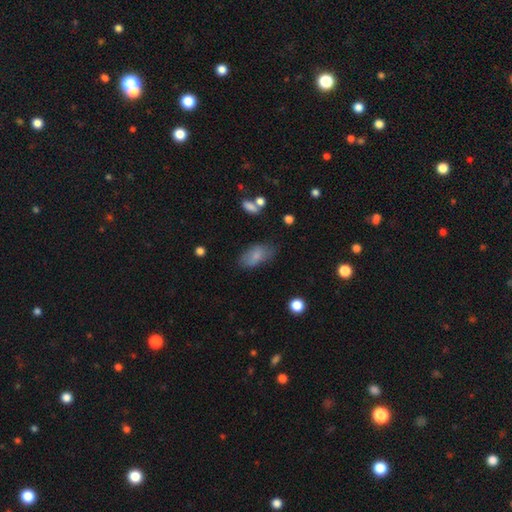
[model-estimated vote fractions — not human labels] This appears to be a smooth galaxy with no disk features (76%) that is in between round and cigar-shaped (91%). Merging: none (64%).